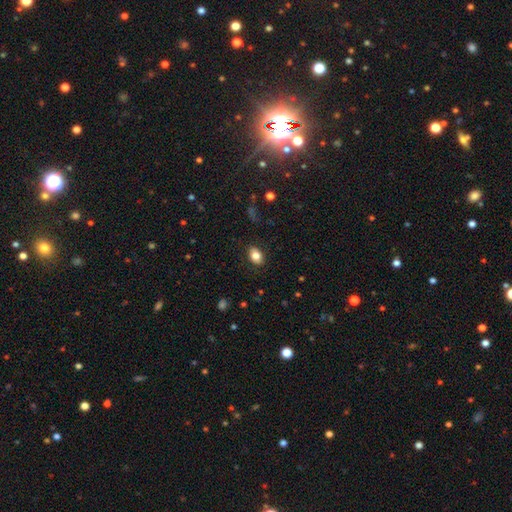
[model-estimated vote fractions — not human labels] smooth-or-featured: smooth: 81% | featured or disk: 10% | star or artifact: 9%
  how-rounded: in between: 82% | round: 16% | cigar-shaped: 1%
  merging: none: 86% | minor disturbance: 11% | major disturbance: 3% | merger: 1%